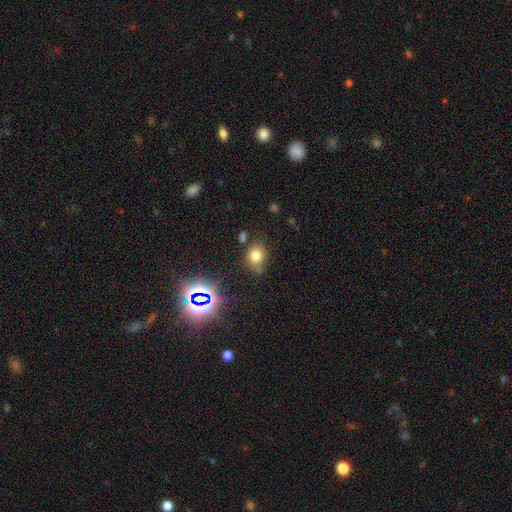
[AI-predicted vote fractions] Overall: smooth (73%). How rounded: round (51%; in between 48%). Merging: none (68%).